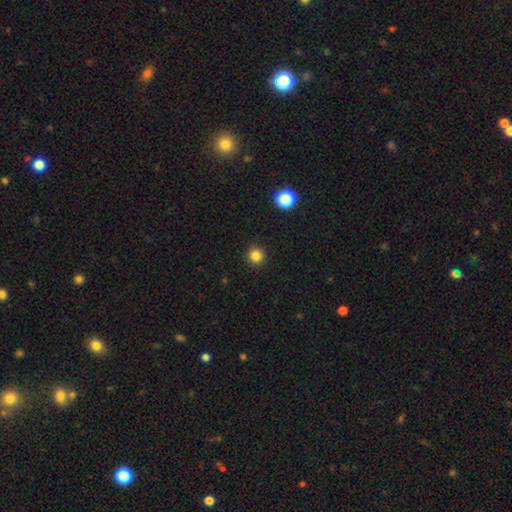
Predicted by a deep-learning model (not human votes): Smooth or featured: smooth — 84% (star or artifact — 12%)
How rounded: round — 96% (in between — 3%)
Merging: none — 93% (minor disturbance — 4%)